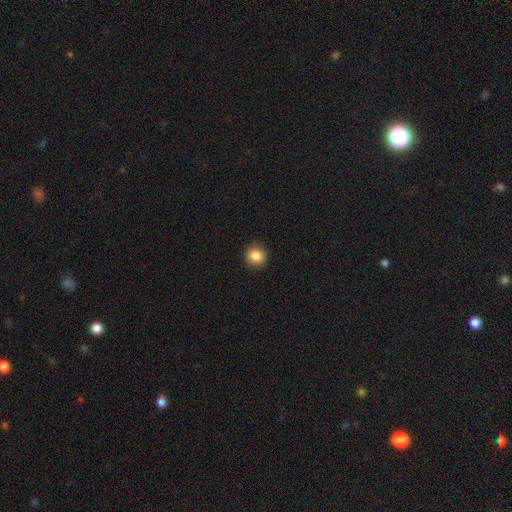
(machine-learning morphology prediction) Overall: smooth (85%). How rounded: round (92%). Merging: none (90%).